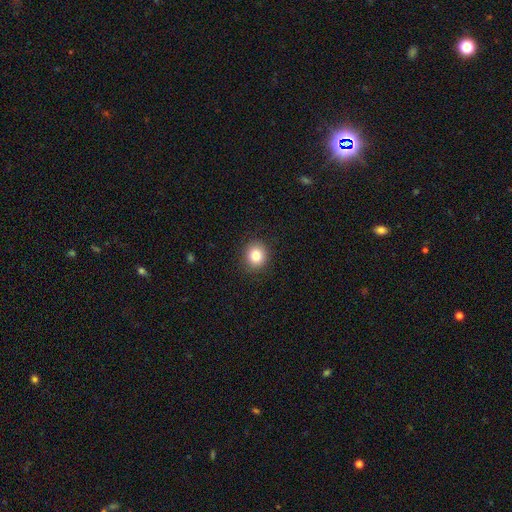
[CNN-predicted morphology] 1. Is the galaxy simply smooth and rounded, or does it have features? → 83% smooth, 11% star or artifact, 7% featured or disk.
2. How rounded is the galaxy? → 81% round, 19% in between, 1% cigar-shaped.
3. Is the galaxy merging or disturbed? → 88% none, 8% minor disturbance, 2% major disturbance, 1% merger.